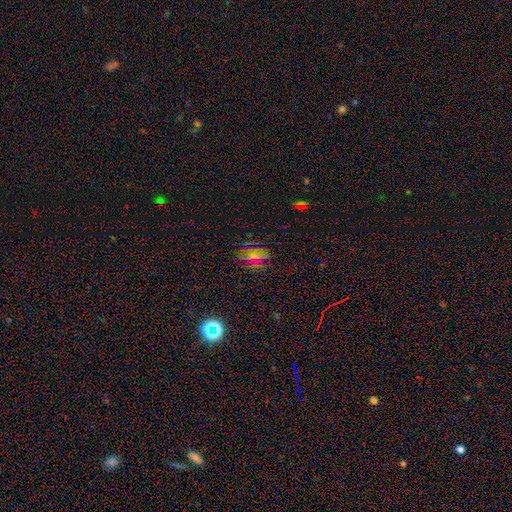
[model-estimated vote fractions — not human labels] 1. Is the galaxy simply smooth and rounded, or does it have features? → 46% smooth, 40% star or artifact, 13% featured or disk.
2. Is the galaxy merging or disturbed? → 85% none, 9% minor disturbance, 4% major disturbance, 2% merger.